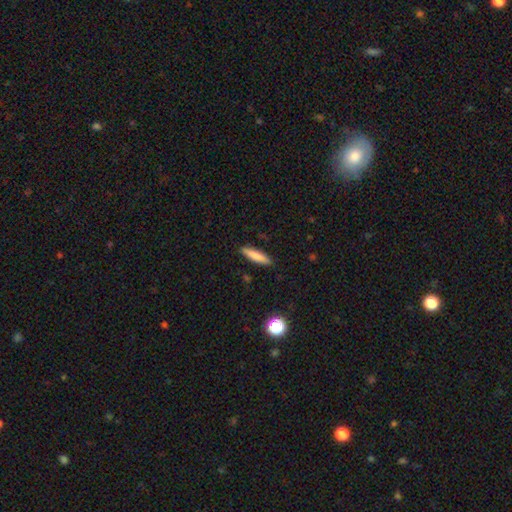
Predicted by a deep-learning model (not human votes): Q: Smooth or featured?
A: smooth (79%); runner-up: featured or disk (14%)
Q: How rounded?
A: cigar-shaped (82%); runner-up: in between (16%)
Q: Merging?
A: none (90%); runner-up: minor disturbance (7%)